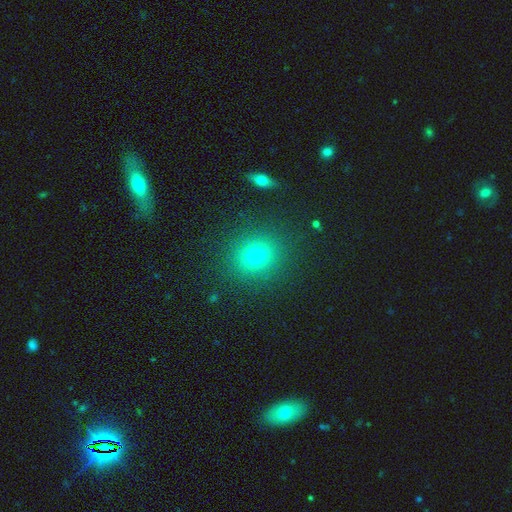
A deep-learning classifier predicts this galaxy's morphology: Smooth or featured?
  - smooth: 72% *
  - star or artifact: 18%
  - featured or disk: 10%
How rounded?
  - round: 76% *
  - in between: 23%
  - cigar-shaped: 1%
Merging?
  - none: 87% *
  - minor disturbance: 8%
  - major disturbance: 3%
  - merger: 2%